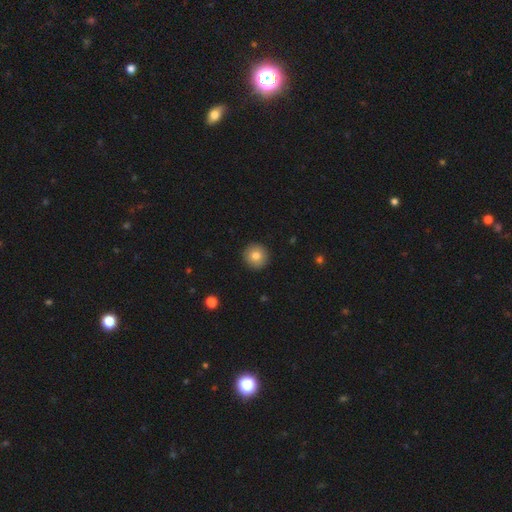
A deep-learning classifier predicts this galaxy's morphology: This is clearly a smooth galaxy (80%). How rounded: clearly round (95%). Merging: clearly none (93%).